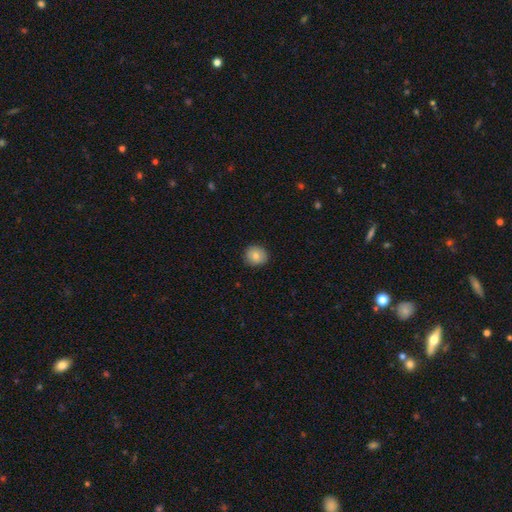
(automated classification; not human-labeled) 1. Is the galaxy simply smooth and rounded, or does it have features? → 81% smooth, 10% featured or disk, 8% star or artifact.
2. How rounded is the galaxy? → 86% round, 13% in between, 1% cigar-shaped.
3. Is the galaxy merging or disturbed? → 87% none, 10% minor disturbance, 2% major disturbance, 1% merger.